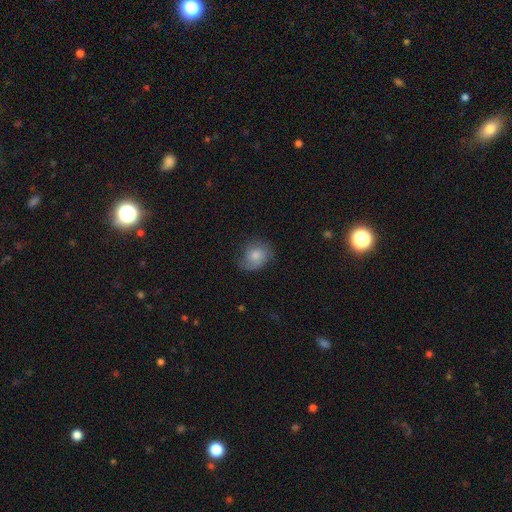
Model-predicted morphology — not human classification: This appears to be a smooth galaxy with no disk features (67%) that is round (57%). Merging: none (59%).